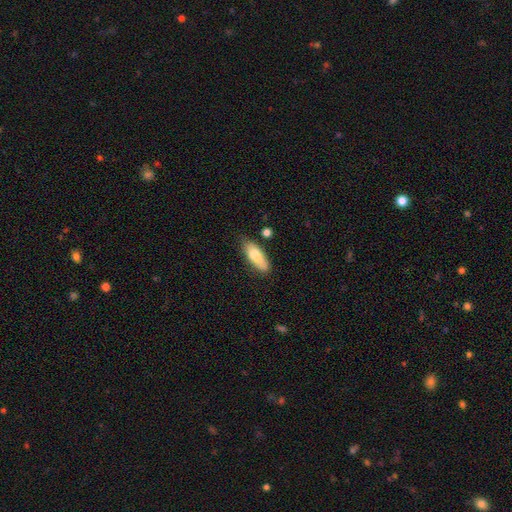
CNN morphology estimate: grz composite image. It shows a smooth galaxy with no disk features (78%) that is in between round and cigar-shaped (71%). Merging: none (69%).